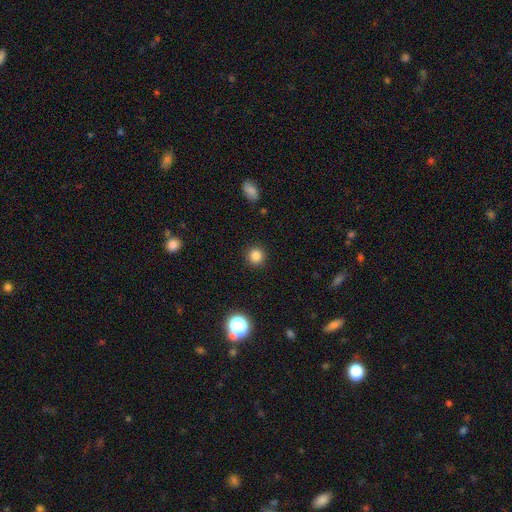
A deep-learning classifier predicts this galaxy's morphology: smooth 84%, star or artifact 13%, featured or disk 4%. Down the decision tree: how rounded — round (94%); merging — none (92%).